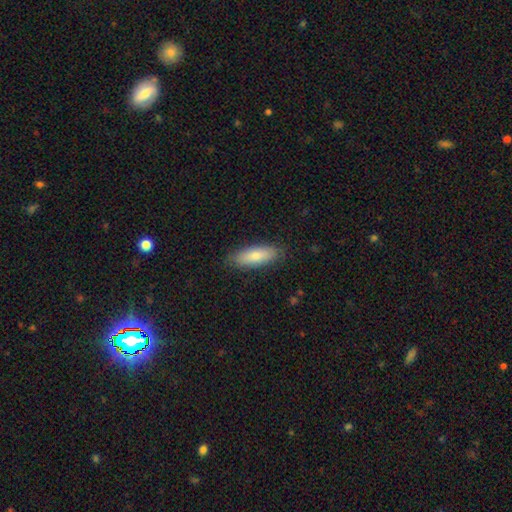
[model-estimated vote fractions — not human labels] smooth 78%, featured or disk 16%, star or artifact 6%. Down the decision tree: how rounded — in between (66%); merging — none (84%).